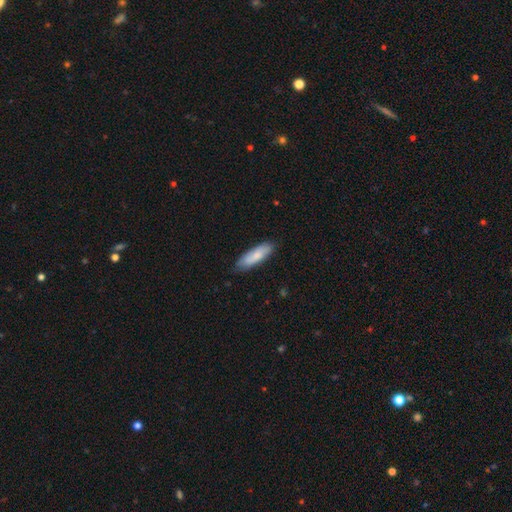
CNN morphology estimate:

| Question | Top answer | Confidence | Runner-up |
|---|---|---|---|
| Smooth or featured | smooth | 77% | featured or disk (17%) |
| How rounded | in between | 50% | cigar-shaped (48%) |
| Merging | none | 77% | minor disturbance (19%) |